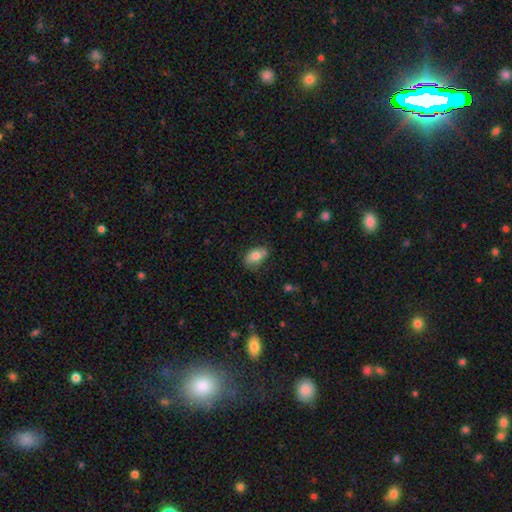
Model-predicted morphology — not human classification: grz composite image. It shows a smooth galaxy with no disk features (75%) that is in between round and cigar-shaped (87%). Merging: none (70%).